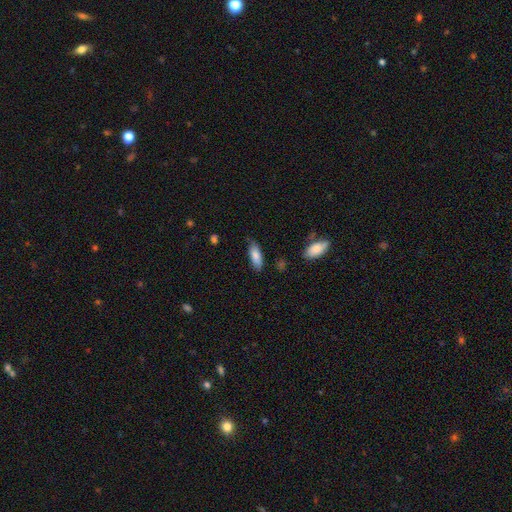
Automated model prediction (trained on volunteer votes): The model was most divided on "how rounded": in between: 70%, cigar-shaped: 28%, round: 2%. More confident: smooth or featured — smooth (83%); merging — none (72%).